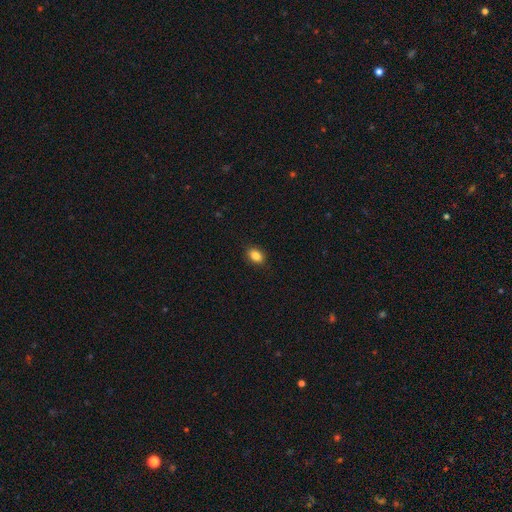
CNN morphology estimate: smooth_or_featured: smooth (p=0.86) [alt: star or artifact p=0.09]
how_rounded: in between (p=0.77) [alt: round p=0.21]
merging: none (p=0.89) [alt: minor disturbance p=0.08]